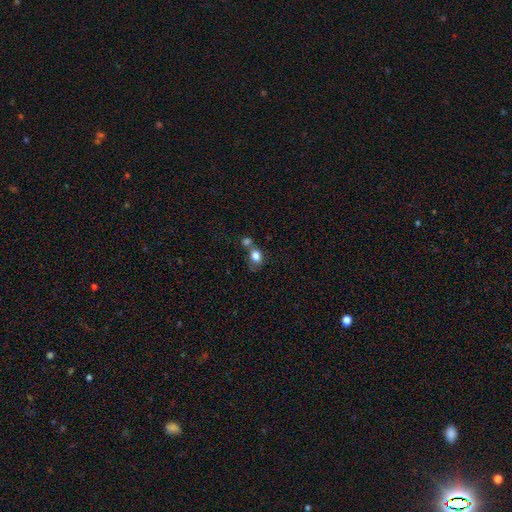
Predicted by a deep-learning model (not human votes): This is clearly a smooth galaxy (81%). How rounded: possibly in between (50%). Merging: marginally merger (45%).